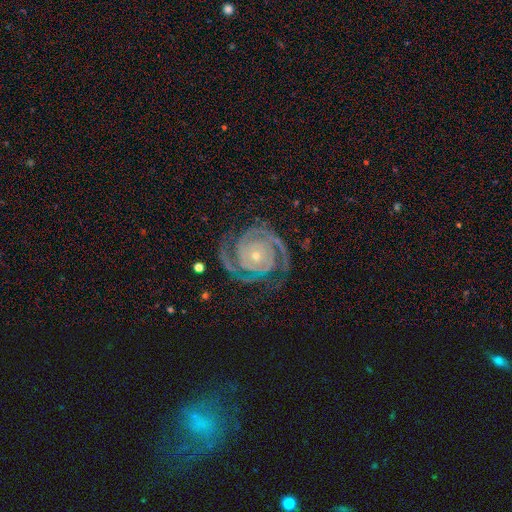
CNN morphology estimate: Q: Smooth or featured?
A: featured or disk (92%); runner-up: star or artifact (5%)
Q: Edge-on disk?
A: no (98%); runner-up: yes (2%)
Q: Bar?
A: no (77%); runner-up: weak (14%)
Q: Spiral arms?
A: yes (98%); runner-up: no (2%)
Q: Spiral winding?
A: tight (78%); runner-up: medium (19%)
Q: Spiral arm count?
A: 2 (76%); runner-up: 3 (10%)
Q: Bulge size?
A: small (73%); runner-up: moderate (24%)
Q: Merging?
A: none (79%); runner-up: minor disturbance (14%)